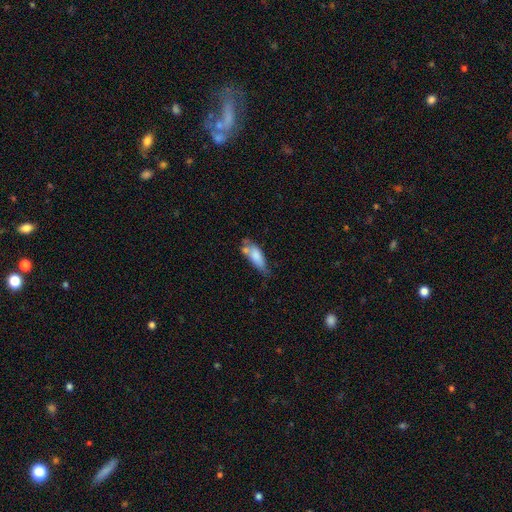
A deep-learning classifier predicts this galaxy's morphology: smooth_or_featured: smooth (p=0.72) [alt: featured or disk p=0.21]
how_rounded: in between (p=0.69) [alt: cigar-shaped p=0.28]
merging: none (p=0.37) [alt: minor disturbance p=0.28]